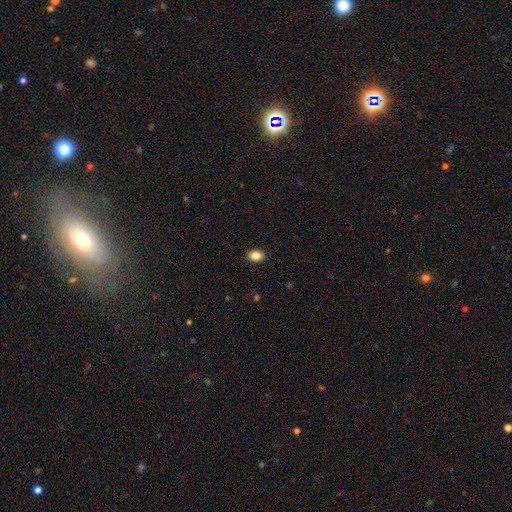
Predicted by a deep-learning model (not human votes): Overall: smooth (86%). How rounded: in between (74%). Merging: none (90%).